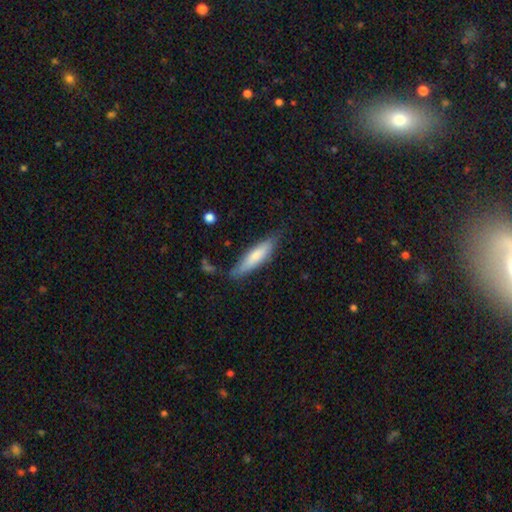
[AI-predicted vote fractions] This is likely a smooth galaxy (71%). How rounded: likely cigar-shaped (73%). Merging: likely none (71%).